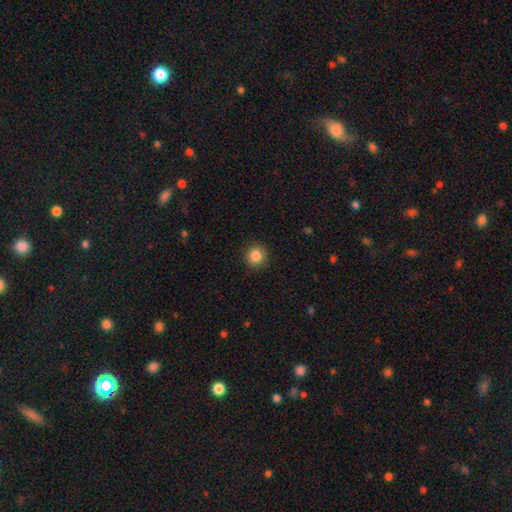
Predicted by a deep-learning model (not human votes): Q: Smooth or featured?
A: smooth (86%); runner-up: star or artifact (10%)
Q: How rounded?
A: round (92%); runner-up: in between (7%)
Q: Merging?
A: none (92%); runner-up: minor disturbance (5%)